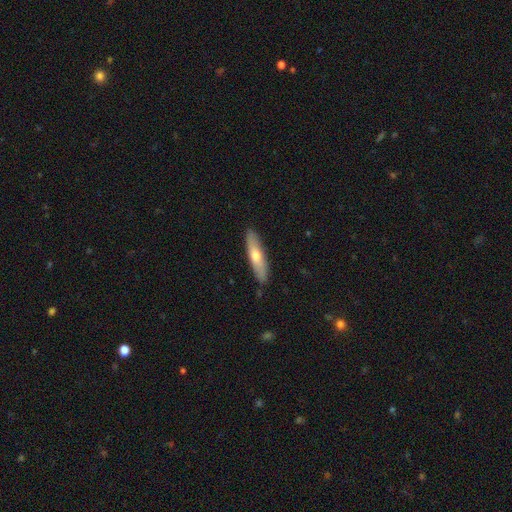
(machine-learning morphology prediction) The model was most divided on "smooth or featured": smooth: 59%, featured or disk: 35%, star or artifact: 5%. More confident: merging — none (88%); how rounded — cigar-shaped (77%).